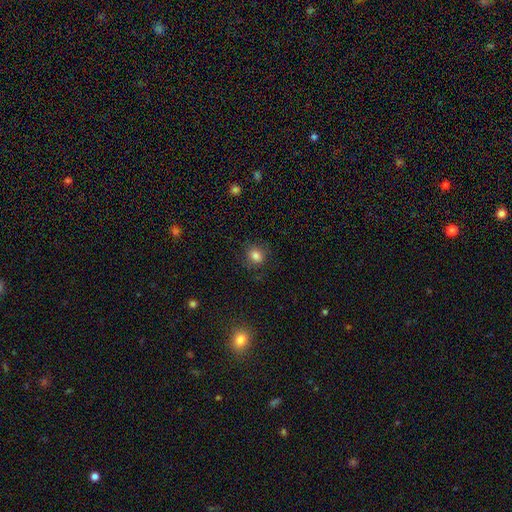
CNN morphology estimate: A smooth galaxy with no disk features (81%) that is round (83%). Merging: none (84%).